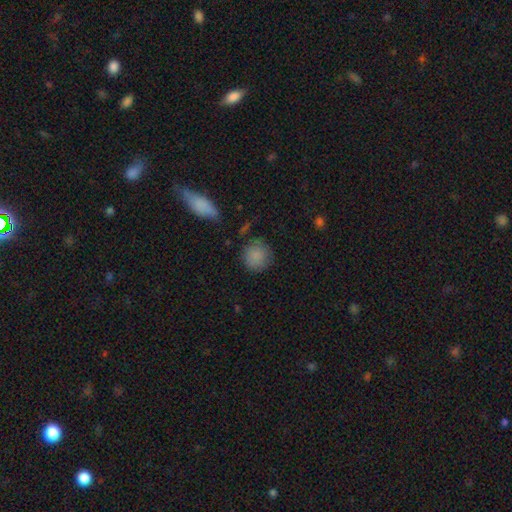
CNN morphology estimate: Smooth or featured?
  - smooth: 85% *
  - star or artifact: 9%
  - featured or disk: 6%
How rounded?
  - round: 91% *
  - in between: 8%
  - cigar-shaped: 1%
Merging?
  - none: 78% *
  - minor disturbance: 15%
  - major disturbance: 4%
  - merger: 3%